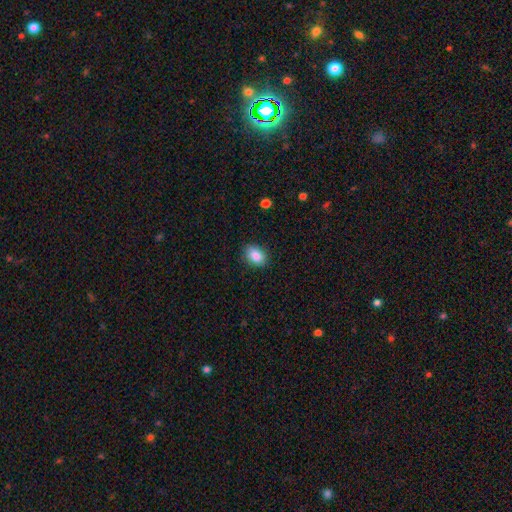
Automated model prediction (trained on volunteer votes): The model was most divided on "how rounded": in between: 78%, round: 21%, cigar-shaped: 1%. More confident: smooth or featured — smooth (86%); merging — none (84%).